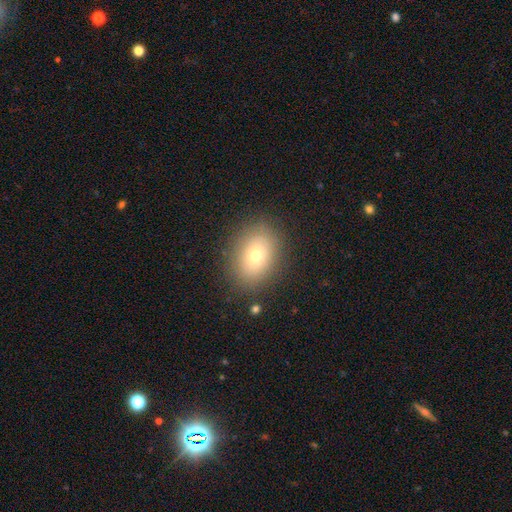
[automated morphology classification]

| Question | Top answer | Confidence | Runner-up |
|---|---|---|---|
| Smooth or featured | smooth | 71% | featured or disk (17%) |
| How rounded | in between | 71% | round (28%) |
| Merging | none | 85% | minor disturbance (10%) |